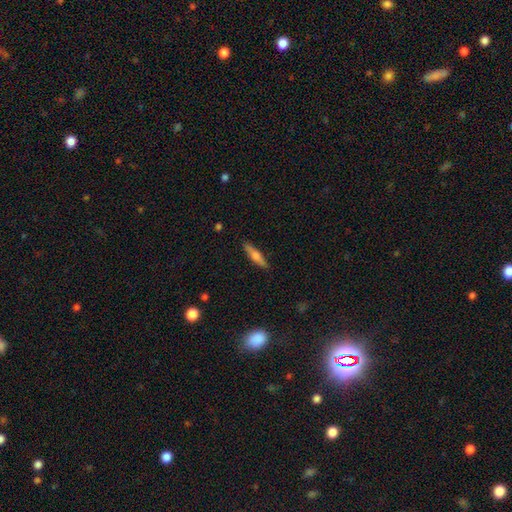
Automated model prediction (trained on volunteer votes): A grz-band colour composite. It shows a smooth galaxy with no disk features (48%). Merging: none (88%).